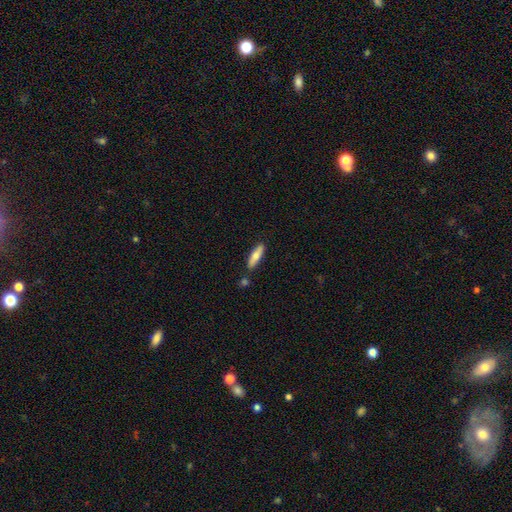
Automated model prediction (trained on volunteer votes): smooth_or_featured: smooth (p=0.67) [alt: featured or disk p=0.27]
how_rounded: cigar-shaped (p=0.60) [alt: in between p=0.38]
merging: none (p=0.82) [alt: minor disturbance p=0.11]